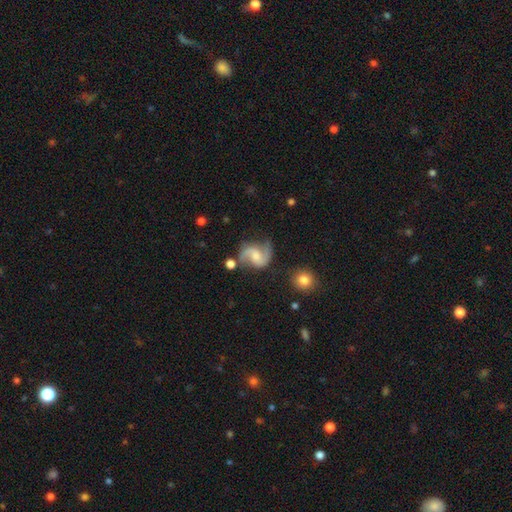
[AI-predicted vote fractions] Morphology: type=featured or disk (87%); edge-on=no (98%); bar=no (48%); spiral arms=yes (97%); winding=medium (48%); arm count=2 (93%); bulge=moderate (46%); merging=none (68%).